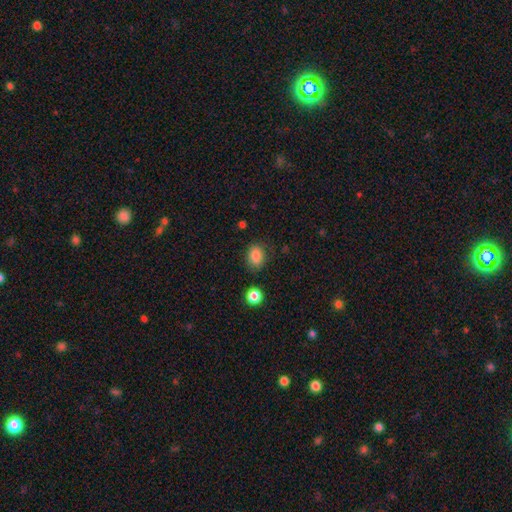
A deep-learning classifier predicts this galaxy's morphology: A smooth galaxy with no disk features (85%) that is in between round and cigar-shaped (63%).

Vote fractions:
- Smooth or featured? smooth: 85% / star or artifact: 10% / featured or disk: 5%
- How rounded? in between: 63% / round: 36% / cigar-shaped: 1%
- Merging? none: 79% / minor disturbance: 15% / major disturbance: 4% / merger: 3%